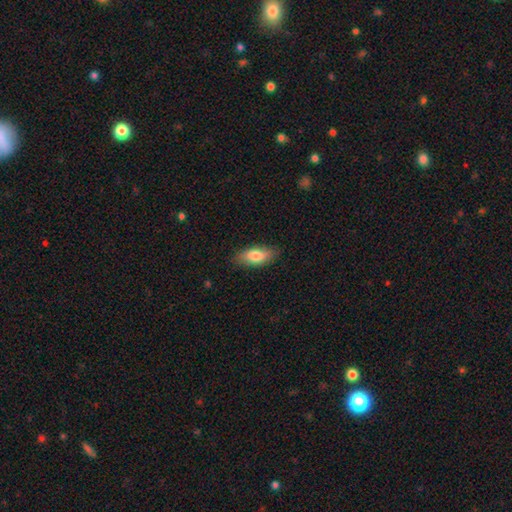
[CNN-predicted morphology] This is likely a smooth galaxy (77%). How rounded: likely in between (80%). Merging: clearly none (84%).